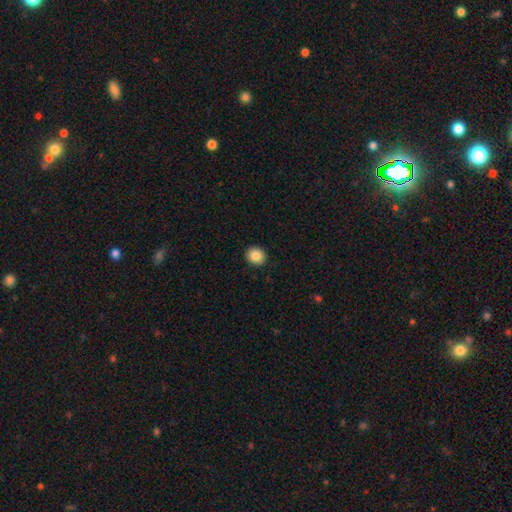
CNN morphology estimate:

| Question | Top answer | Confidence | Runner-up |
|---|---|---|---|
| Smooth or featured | smooth | 86% | star or artifact (9%) |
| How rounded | round | 76% | in between (23%) |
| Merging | none | 92% | minor disturbance (6%) |